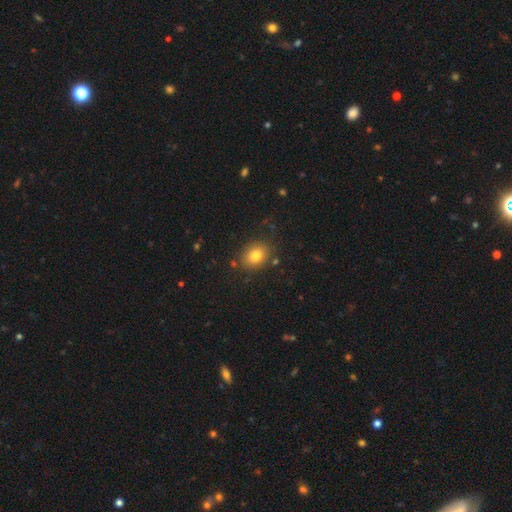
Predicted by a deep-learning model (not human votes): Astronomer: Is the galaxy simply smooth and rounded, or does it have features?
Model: smooth — 80%.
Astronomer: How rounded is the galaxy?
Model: in between — 58% (runner-up: round, 41%).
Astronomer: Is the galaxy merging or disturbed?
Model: none — 83%.